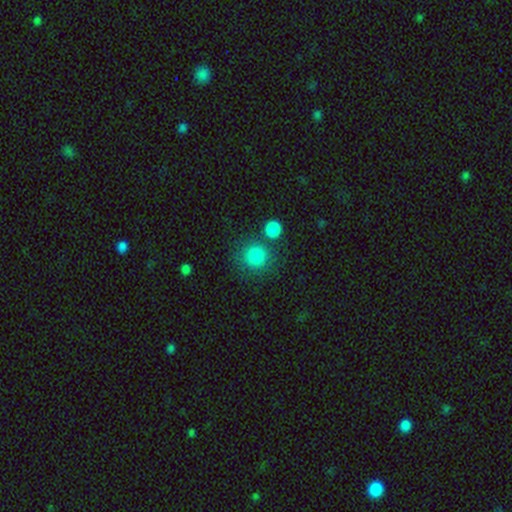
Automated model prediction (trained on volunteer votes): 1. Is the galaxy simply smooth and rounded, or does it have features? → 86% smooth, 10% star or artifact, 4% featured or disk.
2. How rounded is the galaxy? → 90% round, 9% in between, 1% cigar-shaped.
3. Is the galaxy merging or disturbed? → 74% none, 11% merger, 10% minor disturbance, 5% major disturbance.